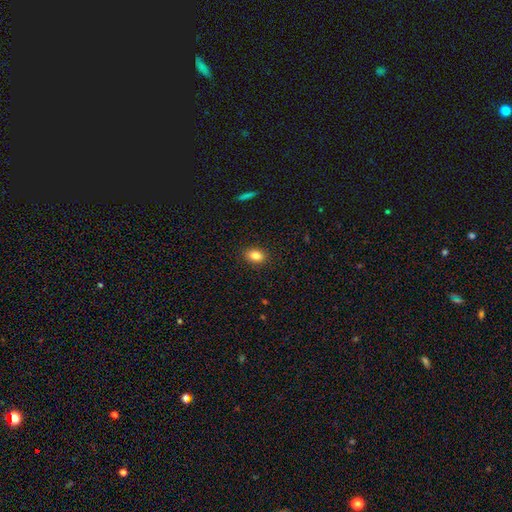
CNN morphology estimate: This appears to be a smooth galaxy with no disk features (84%) that is in between round and cigar-shaped (78%). Merging: none (89%).